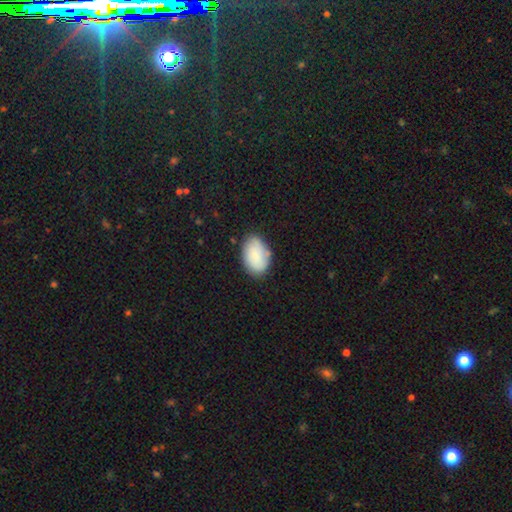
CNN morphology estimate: Smooth or featured? smooth (81%)
How rounded? in between (87%)
Merging? none (71%)